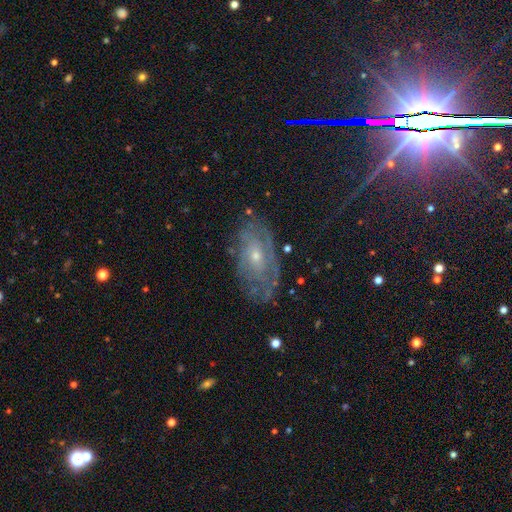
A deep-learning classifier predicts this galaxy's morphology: A featured or disk galaxy (68%) with no bar (76%), spiral arms (73%) and a small central bulge (65%). Merging: none (72%).